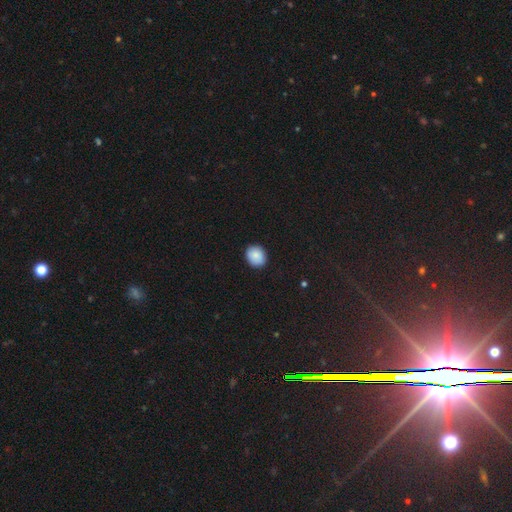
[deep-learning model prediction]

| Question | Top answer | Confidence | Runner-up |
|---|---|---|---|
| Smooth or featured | smooth | 87% | star or artifact (8%) |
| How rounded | round | 67% | in between (33%) |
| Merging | none | 89% | minor disturbance (9%) |